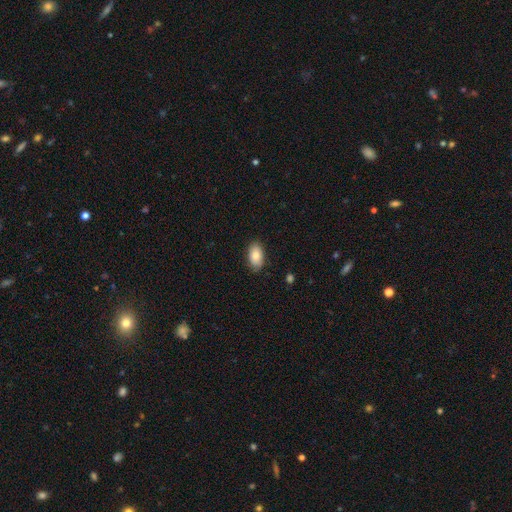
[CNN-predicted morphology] The model was most divided on "merging": none: 84%, minor disturbance: 12%, major disturbance: 2%, merger: 1%. More confident: how rounded — in between (93%); smooth or featured — smooth (84%).